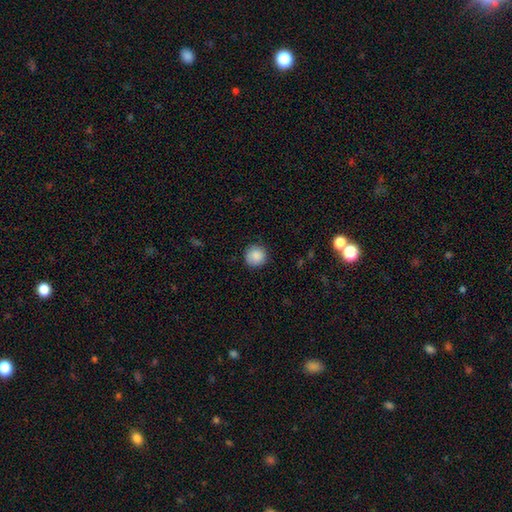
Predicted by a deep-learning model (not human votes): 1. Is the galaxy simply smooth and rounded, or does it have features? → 88% smooth, 8% star or artifact, 4% featured or disk.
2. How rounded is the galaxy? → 94% round, 5% in between, 1% cigar-shaped.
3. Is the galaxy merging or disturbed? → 88% none, 9% minor disturbance, 2% major disturbance, 1% merger.